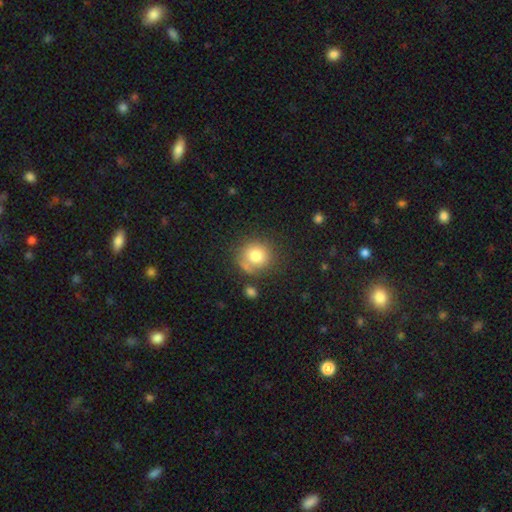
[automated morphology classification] Overall: smooth (79%). How rounded: round (87%). Merging: none (65%).